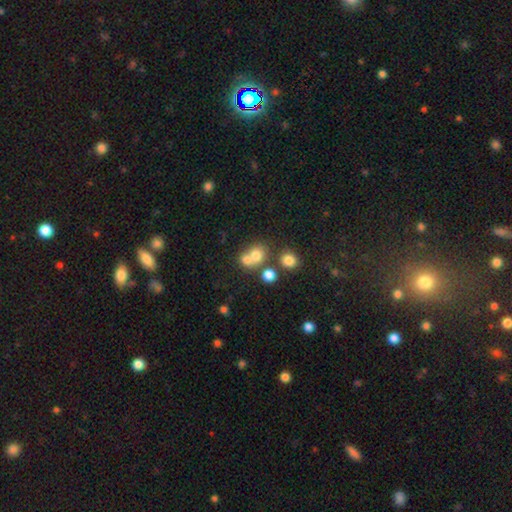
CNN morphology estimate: A smooth galaxy with no disk features (71%) that is round (75%). Merging: merger (50%).